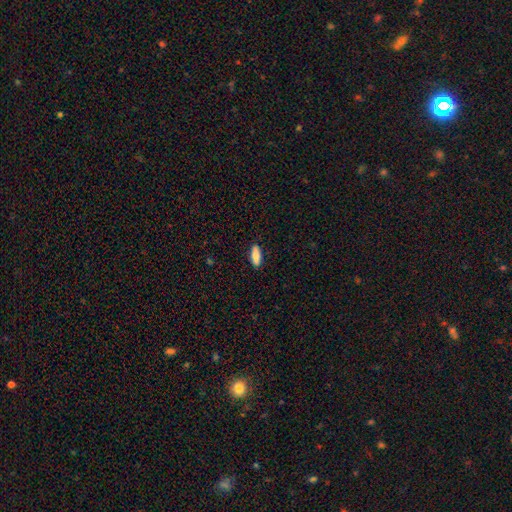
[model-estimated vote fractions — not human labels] A smooth galaxy with no disk features (85%) that is in between round and cigar-shaped (68%).

Vote fractions:
- Smooth or featured? smooth: 85% / featured or disk: 9% / star or artifact: 6%
- How rounded? in between: 68% / cigar-shaped: 30% / round: 2%
- Merging? none: 89% / minor disturbance: 9% / major disturbance: 2% / merger: 1%